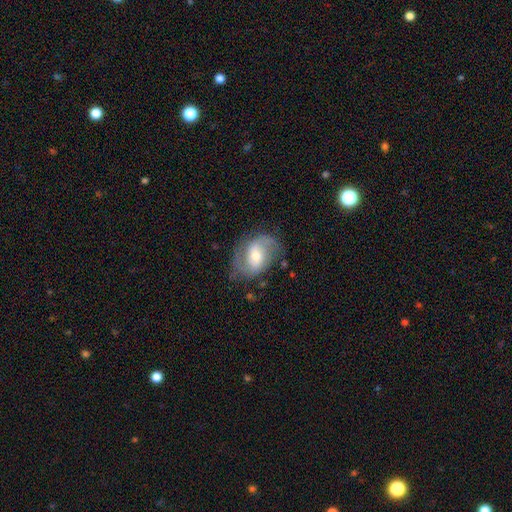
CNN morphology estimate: featured or disk 74%, smooth 19%, star or artifact 7%. Down the decision tree: edge-on disk — no (97%); bar — weak (46%); spiral arms — yes (89%); spiral arm count — 2 (84%); spiral winding — medium (47%); bulge size — moderate (58%); merging — none (69%).